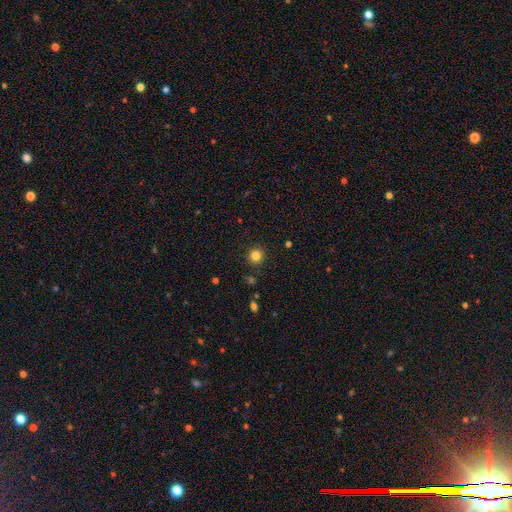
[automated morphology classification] Smooth or featured: smooth — 83% (star or artifact — 13%)
How rounded: round — 93% (in between — 6%)
Merging: none — 90% (minor disturbance — 6%)